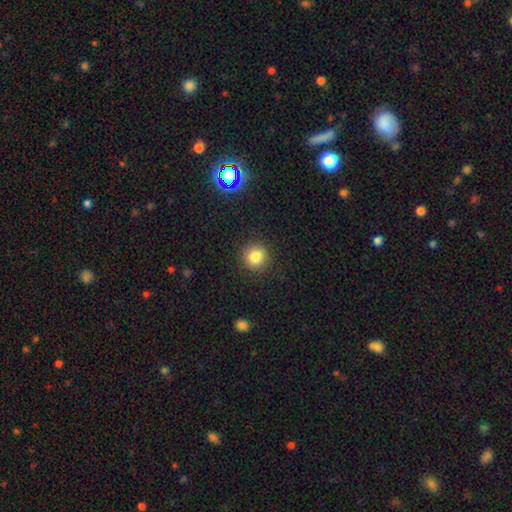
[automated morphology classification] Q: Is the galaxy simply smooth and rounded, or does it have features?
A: smooth — 77%.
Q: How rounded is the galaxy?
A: round — 95%.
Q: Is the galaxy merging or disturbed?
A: none — 92%.